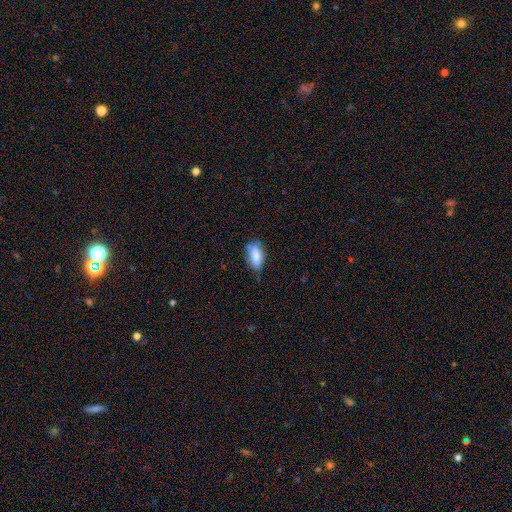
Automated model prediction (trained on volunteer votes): smooth_or_featured: smooth (p=0.81) [alt: featured or disk p=0.11]
how_rounded: in between (p=0.84) [alt: cigar-shaped p=0.13]
merging: none (p=0.69) [alt: minor disturbance p=0.24]